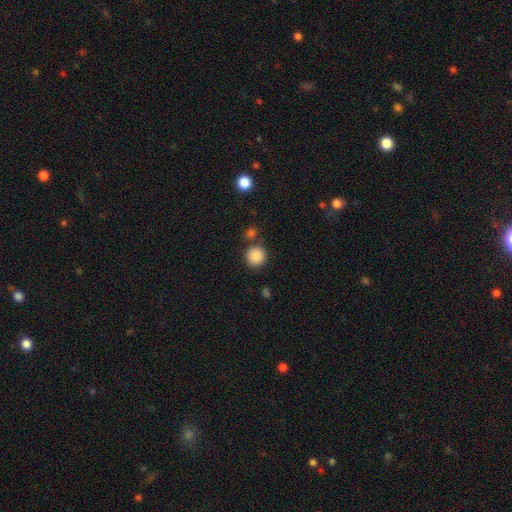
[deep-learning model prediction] Smooth or featured?
  - smooth: 88% *
  - star or artifact: 9%
  - featured or disk: 3%
How rounded?
  - round: 92% *
  - in between: 7%
  - cigar-shaped: 1%
Merging?
  - none: 79% *
  - merger: 9%
  - minor disturbance: 9%
  - major disturbance: 3%